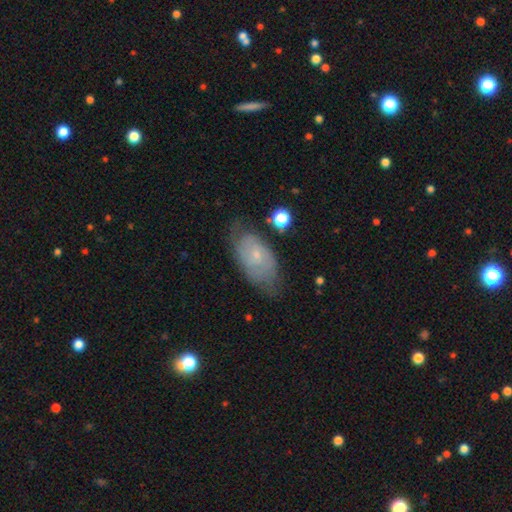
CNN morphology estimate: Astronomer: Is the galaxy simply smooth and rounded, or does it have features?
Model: featured or disk — 60%.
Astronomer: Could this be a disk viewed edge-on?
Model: no — 94%.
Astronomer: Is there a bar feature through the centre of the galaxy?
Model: no — 67%.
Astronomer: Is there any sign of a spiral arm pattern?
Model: yes — 79%.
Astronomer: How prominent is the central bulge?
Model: small — 78%.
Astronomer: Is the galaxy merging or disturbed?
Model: none — 63%.